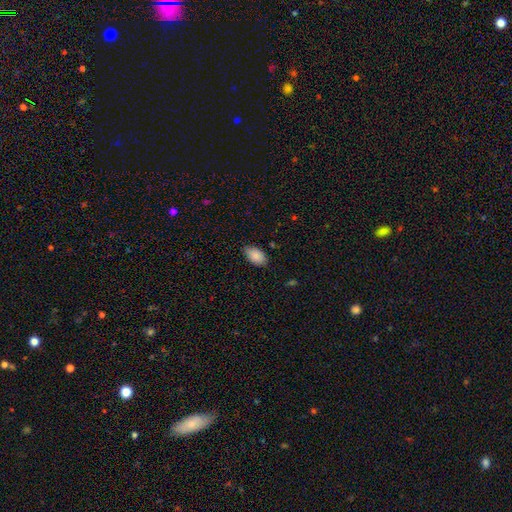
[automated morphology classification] A smooth galaxy with no disk features (89%) that is in between round and cigar-shaped (93%). Merging: none (82%).